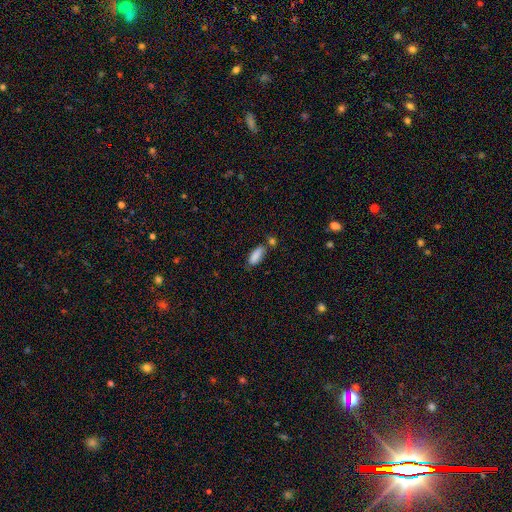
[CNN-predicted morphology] Q: Smooth or featured?
A: smooth (87%); runner-up: star or artifact (7%)
Q: How rounded?
A: in between (80%); runner-up: cigar-shaped (18%)
Q: Merging?
A: none (61%); runner-up: minor disturbance (19%)